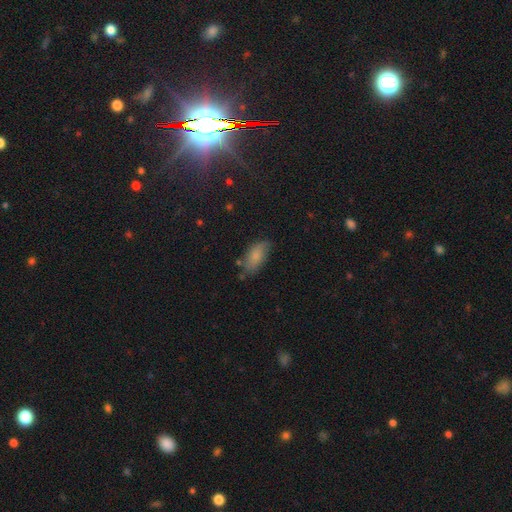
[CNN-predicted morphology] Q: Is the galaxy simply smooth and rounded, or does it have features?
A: smooth — 76%.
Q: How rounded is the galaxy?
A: in between — 86%.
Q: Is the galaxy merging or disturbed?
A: none — 68%.